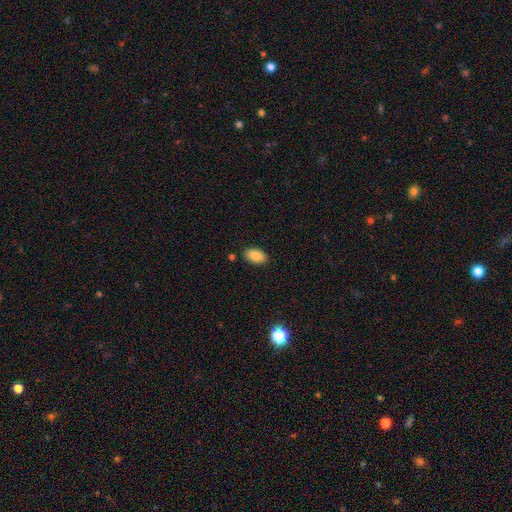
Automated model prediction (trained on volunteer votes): Smooth or featured?
  - smooth: 86% *
  - star or artifact: 8%
  - featured or disk: 6%
How rounded?
  - in between: 94% *
  - round: 4%
  - cigar-shaped: 2%
Merging?
  - none: 86% *
  - minor disturbance: 9%
  - major disturbance: 2%
  - merger: 2%